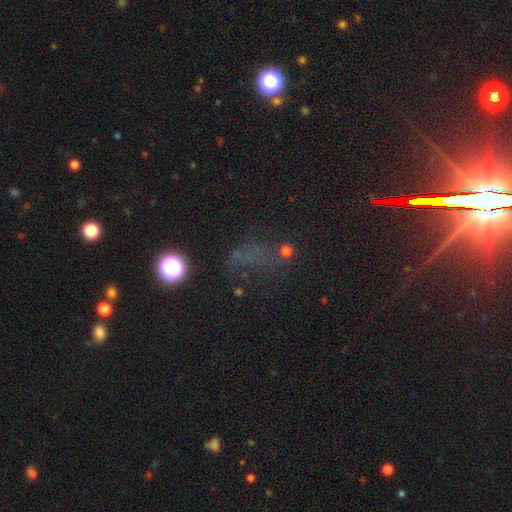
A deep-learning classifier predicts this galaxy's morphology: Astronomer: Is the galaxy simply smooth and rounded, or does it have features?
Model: star or artifact — 57%.